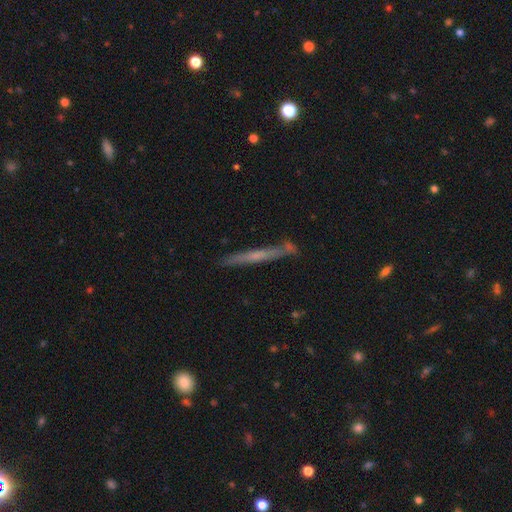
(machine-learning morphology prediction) smooth_or_featured: featured or disk (p=0.53) [alt: smooth p=0.41]
disk_edge_on: yes (p=0.94) [alt: no p=0.06]
merging: none (p=0.80) [alt: minor disturbance p=0.12]